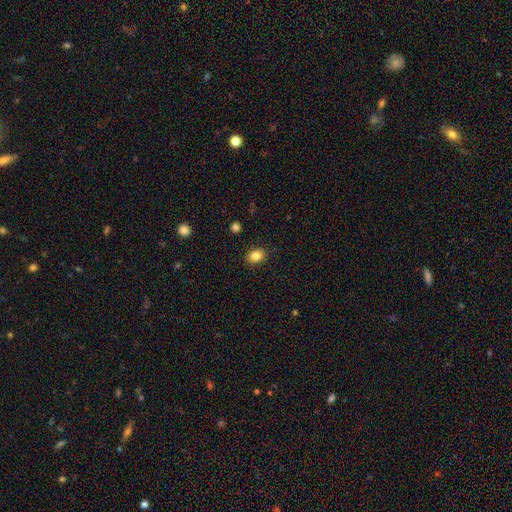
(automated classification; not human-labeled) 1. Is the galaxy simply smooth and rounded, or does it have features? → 84% smooth, 10% star or artifact, 6% featured or disk.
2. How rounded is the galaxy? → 56% in between, 43% round, 1% cigar-shaped.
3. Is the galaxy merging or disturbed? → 89% none, 8% minor disturbance, 2% major disturbance, 1% merger.